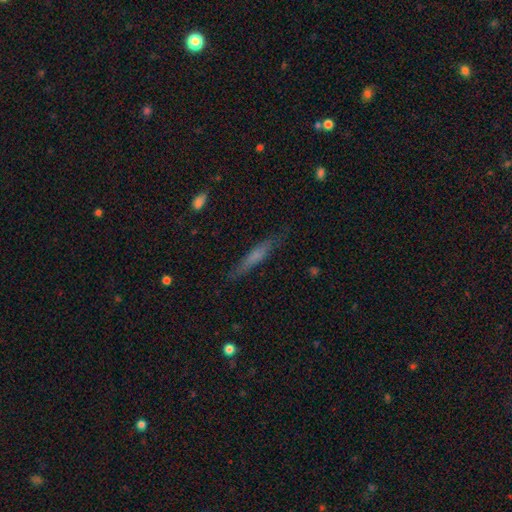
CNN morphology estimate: Smooth or featured? smooth (54%)
How rounded? cigar-shaped (92%)
Merging? none (83%)